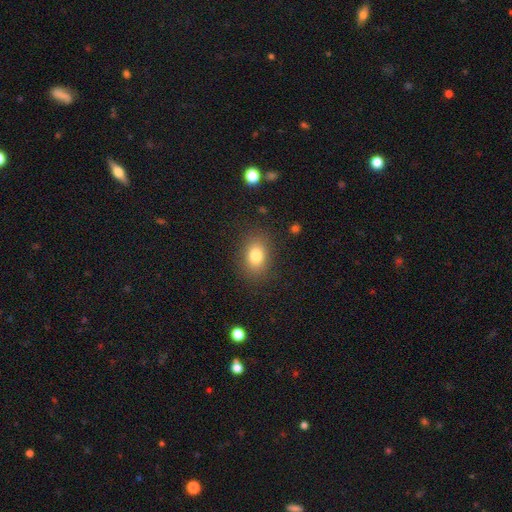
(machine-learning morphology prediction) Smooth or featured?
  - smooth: 80% *
  - star or artifact: 11%
  - featured or disk: 10%
How rounded?
  - in between: 73% *
  - round: 25%
  - cigar-shaped: 1%
Merging?
  - none: 85% *
  - minor disturbance: 10%
  - major disturbance: 4%
  - merger: 1%